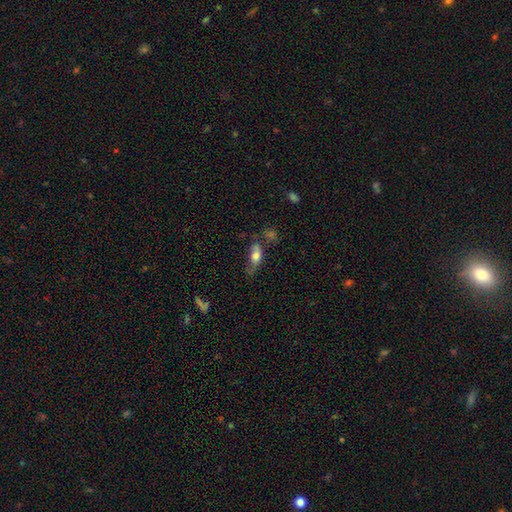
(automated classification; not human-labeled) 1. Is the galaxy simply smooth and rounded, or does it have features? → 67% smooth, 24% featured or disk, 9% star or artifact.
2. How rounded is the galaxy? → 74% in between, 19% cigar-shaped, 7% round.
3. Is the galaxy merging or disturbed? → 41% none, 29% minor disturbance, 19% major disturbance, 11% merger.